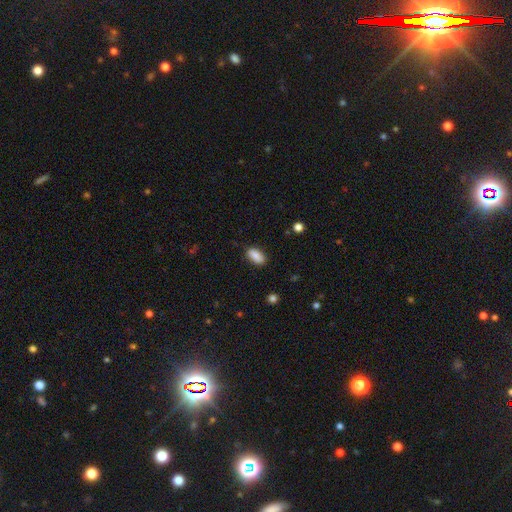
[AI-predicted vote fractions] Smooth or featured?
  - smooth: 85% *
  - featured or disk: 8%
  - star or artifact: 7%
How rounded?
  - in between: 92% *
  - round: 4%
  - cigar-shaped: 4%
Merging?
  - none: 85% *
  - minor disturbance: 11%
  - major disturbance: 2%
  - merger: 1%